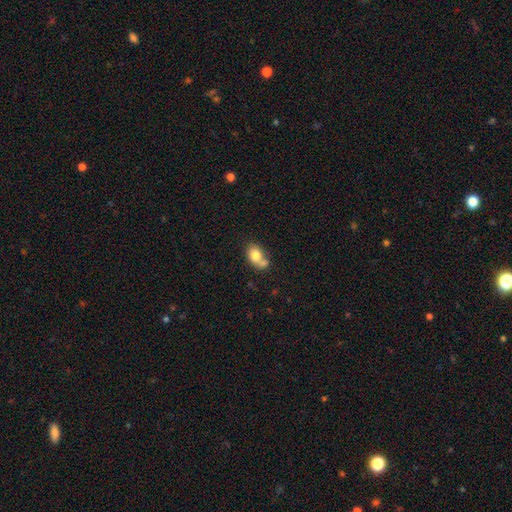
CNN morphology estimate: Smooth or featured? smooth (78%)
How rounded? in between (69%)
Merging? merger (40%)